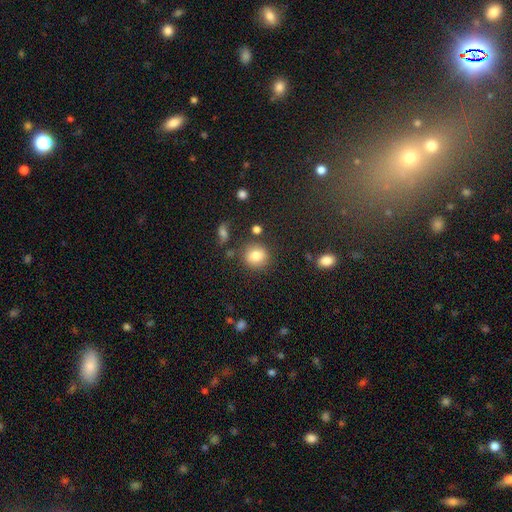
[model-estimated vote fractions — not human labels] smooth-or-featured: smooth: 83% | star or artifact: 10% | featured or disk: 7%
  how-rounded: round: 83% | in between: 16% | cigar-shaped: 1%
  merging: none: 80% | minor disturbance: 11% | merger: 5% | major disturbance: 4%